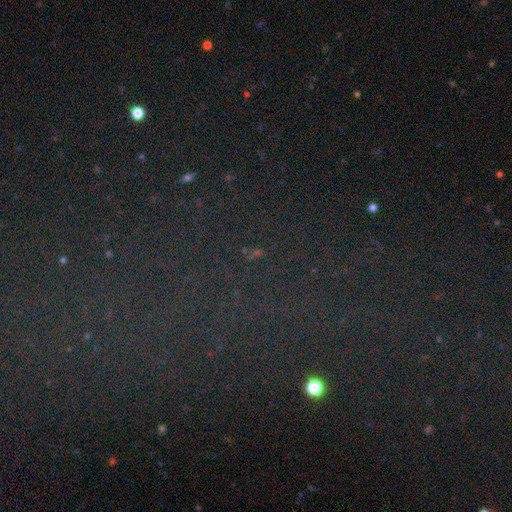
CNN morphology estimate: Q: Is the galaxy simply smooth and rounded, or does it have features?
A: star or artifact — 79%.